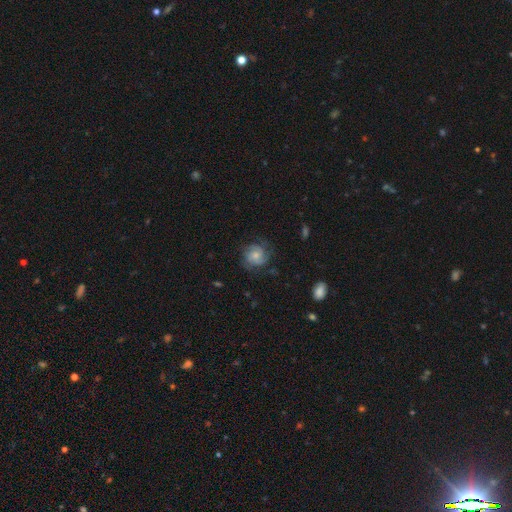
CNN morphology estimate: type=featured or disk (62%); edge-on=no (98%); bar=no (75%); spiral arms=yes (90%); winding=tight (49%); arm count=2 (29%); bulge=small (46%); merging=none (68%).